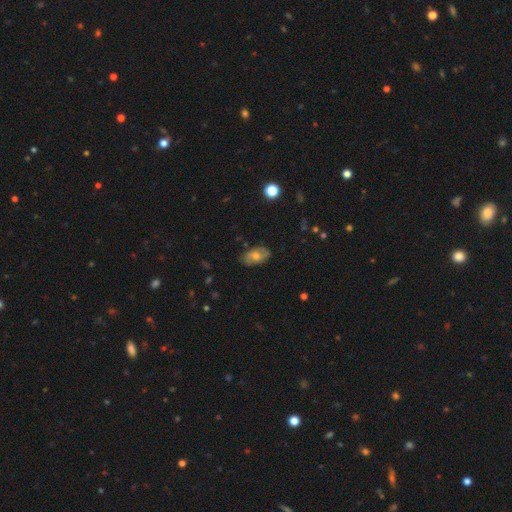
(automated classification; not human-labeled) A smooth galaxy with no disk features (53%) that is in between round and cigar-shaped (90%).

Vote fractions:
- Smooth or featured? smooth: 53% / featured or disk: 38% / star or artifact: 10%
- How rounded? in between: 90% / round: 7% / cigar-shaped: 3%
- Merging? none: 81% / minor disturbance: 15% / major disturbance: 3% / merger: 1%